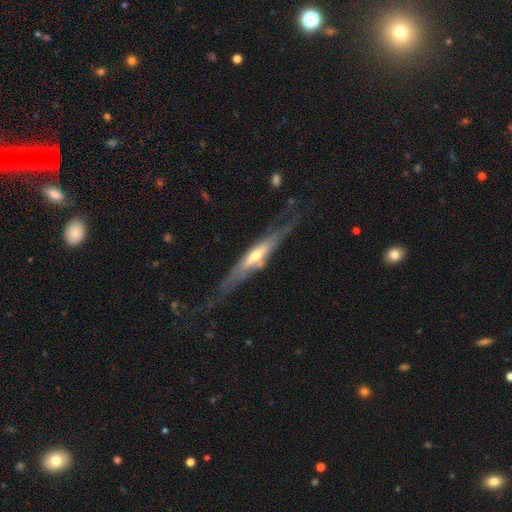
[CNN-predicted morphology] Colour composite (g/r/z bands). It shows a featured or disk galaxy (70%) viewed edge-on (76%) with a rounded central bulge (80%). Merging: none (62%).